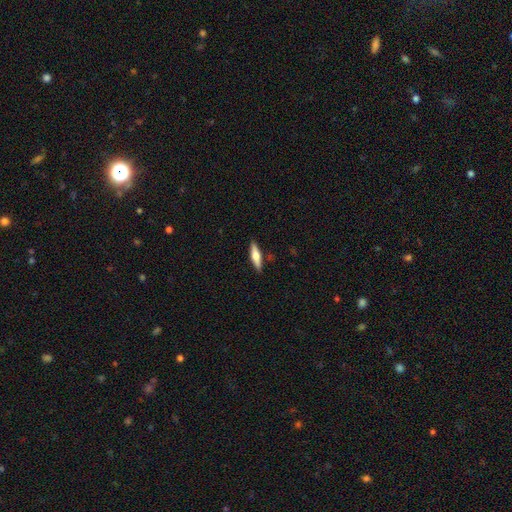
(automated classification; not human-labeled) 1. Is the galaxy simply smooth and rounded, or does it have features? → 52% smooth, 42% featured or disk, 6% star or artifact.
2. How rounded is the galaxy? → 68% cigar-shaped, 30% in between, 2% round.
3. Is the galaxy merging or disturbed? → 87% none, 9% minor disturbance, 2% major disturbance, 2% merger.